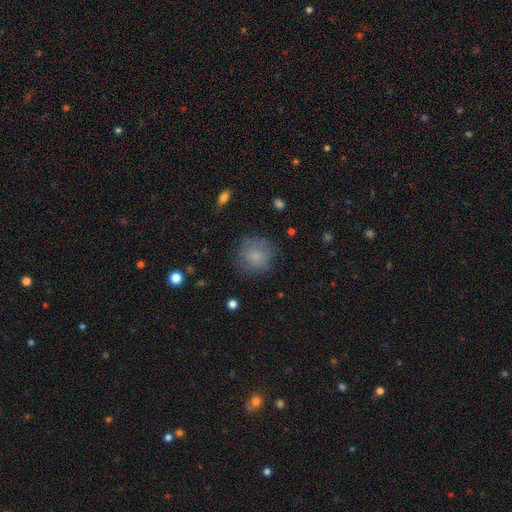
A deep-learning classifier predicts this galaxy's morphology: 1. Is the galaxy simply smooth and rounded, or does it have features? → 78% smooth, 13% featured or disk, 10% star or artifact.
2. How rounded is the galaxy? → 87% round, 12% in between, 1% cigar-shaped.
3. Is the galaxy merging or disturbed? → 74% none, 18% minor disturbance, 7% major disturbance, 1% merger.